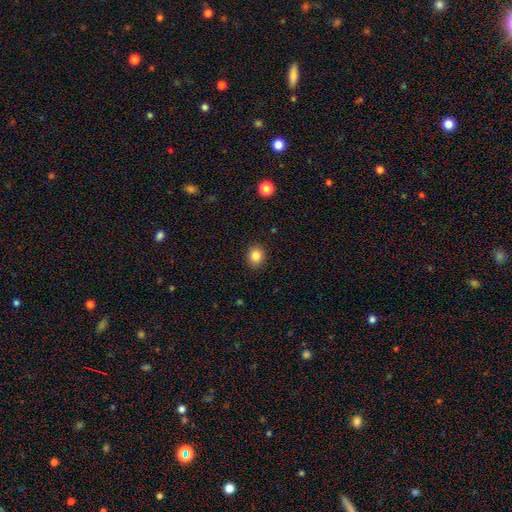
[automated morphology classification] smooth-or-featured: smooth: 85% | star or artifact: 10% | featured or disk: 5%
  how-rounded: round: 72% | in between: 27% | cigar-shaped: 1%
  merging: none: 89% | minor disturbance: 8% | major disturbance: 2% | merger: 1%